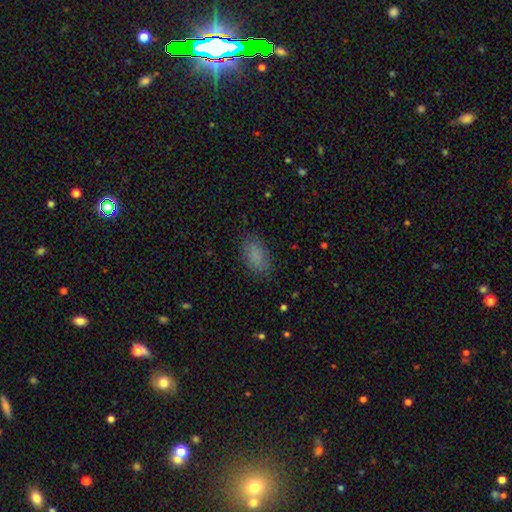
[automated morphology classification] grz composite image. It shows a smooth galaxy with no disk features (85%) that is in between round and cigar-shaped (92%). Merging: none (82%).